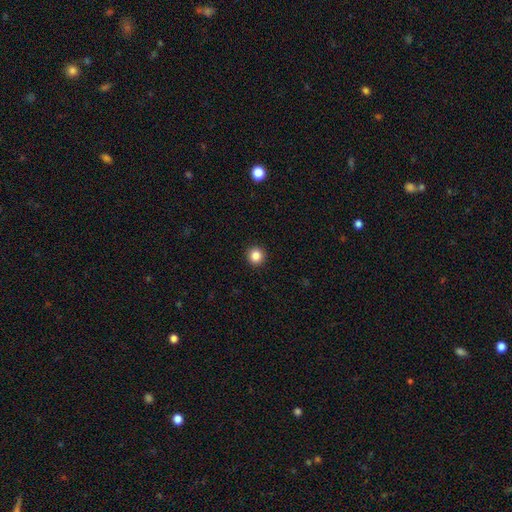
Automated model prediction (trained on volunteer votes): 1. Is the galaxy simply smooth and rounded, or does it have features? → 85% smooth, 11% star or artifact, 4% featured or disk.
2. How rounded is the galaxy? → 94% round, 5% in between, 1% cigar-shaped.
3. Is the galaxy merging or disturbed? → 93% none, 4% minor disturbance, 2% major disturbance, 1% merger.